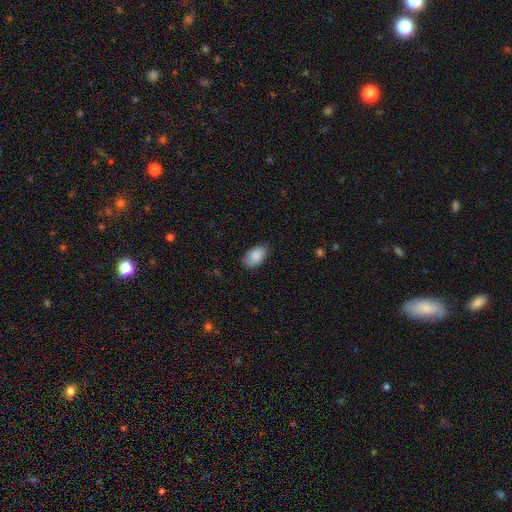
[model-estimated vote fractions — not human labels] Smooth or featured? smooth (88%)
How rounded? in between (93%)
Merging? none (82%)